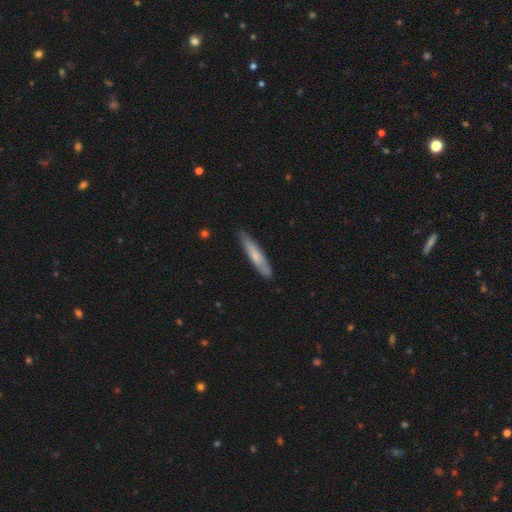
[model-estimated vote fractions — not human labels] A smooth galaxy with no disk features (66%) that is cigar-shaped (89%). Merging: none (84%).